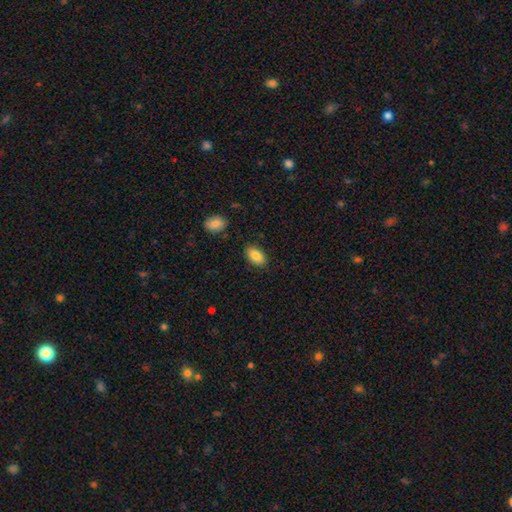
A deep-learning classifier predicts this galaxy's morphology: The model was most divided on "merging": none: 87%, minor disturbance: 9%, major disturbance: 2%, merger: 2%. More confident: how rounded — in between (93%); smooth or featured — smooth (86%).